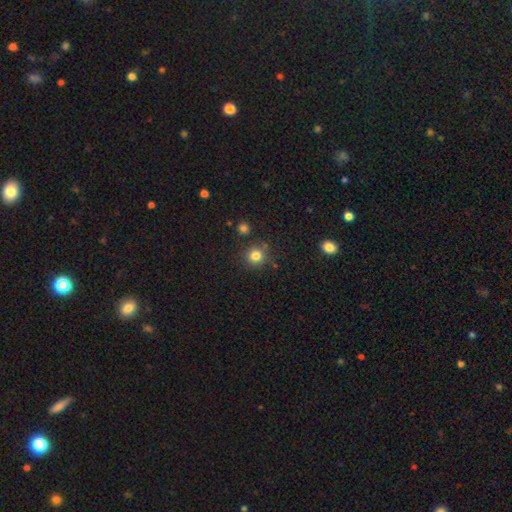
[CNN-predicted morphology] This appears to be a smooth galaxy with no disk features (81%) that is round (91%). Merging: none (84%).